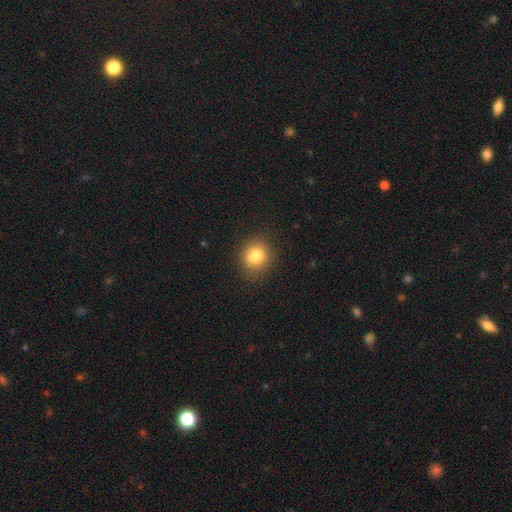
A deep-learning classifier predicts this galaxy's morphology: Smooth or featured: smooth — 79% (star or artifact — 11%)
How rounded: round — 72% (in between — 27%)
Merging: none — 78% (minor disturbance — 14%)